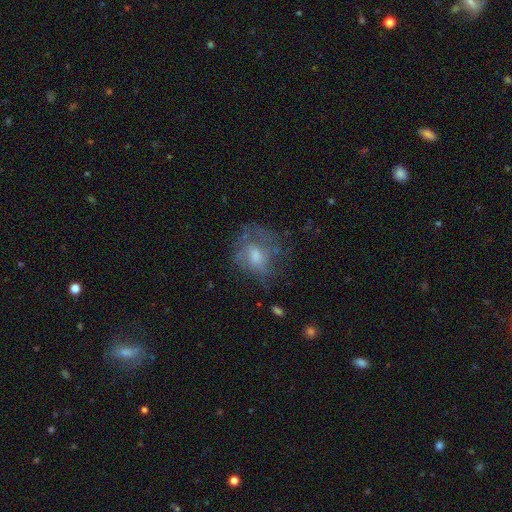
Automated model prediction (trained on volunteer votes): A smooth galaxy with no disk features (44%). Merging: none (46%).